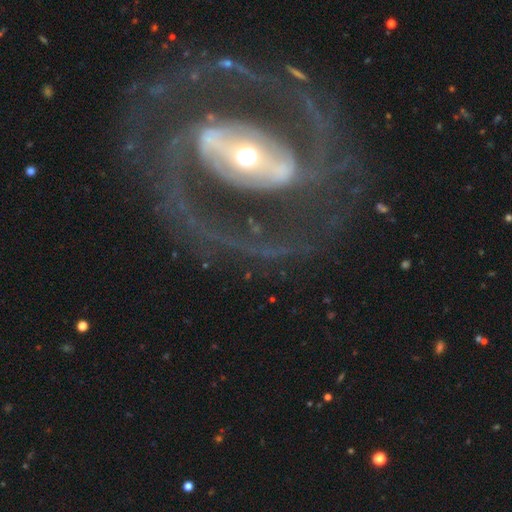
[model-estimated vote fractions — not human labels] Overall: featured or disk (88%). Edge-on disk: no (95%). Bar: strong (61%; weak 24%). Spiral arms: yes (89%). Spiral arm count: 2 (80%). Spiral winding: medium (50%; tight 25%). Bulge size: moderate (61%; small 23%). Merging: none (68%).